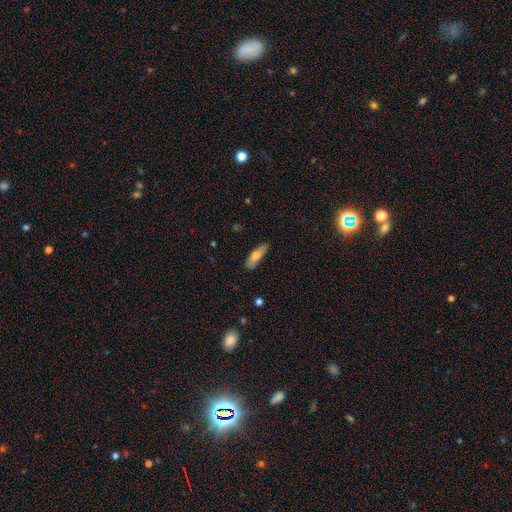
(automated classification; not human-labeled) Q: Smooth or featured?
A: smooth (66%); runner-up: featured or disk (28%)
Q: How rounded?
A: cigar-shaped (57%); runner-up: in between (41%)
Q: Merging?
A: none (79%); runner-up: minor disturbance (16%)